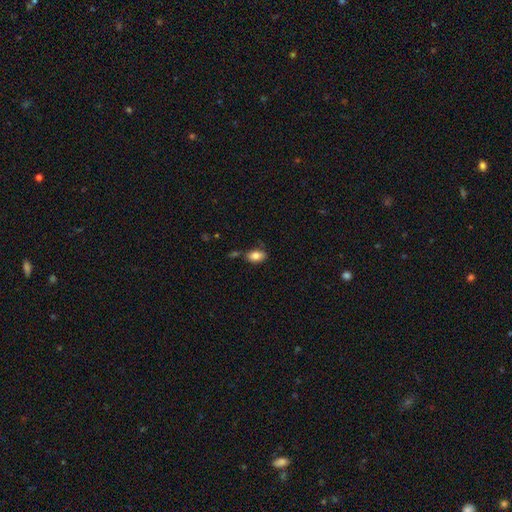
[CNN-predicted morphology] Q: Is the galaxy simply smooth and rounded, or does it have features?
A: smooth — 82%.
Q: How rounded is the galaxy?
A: in between — 89%.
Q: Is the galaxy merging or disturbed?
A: none — 68%.